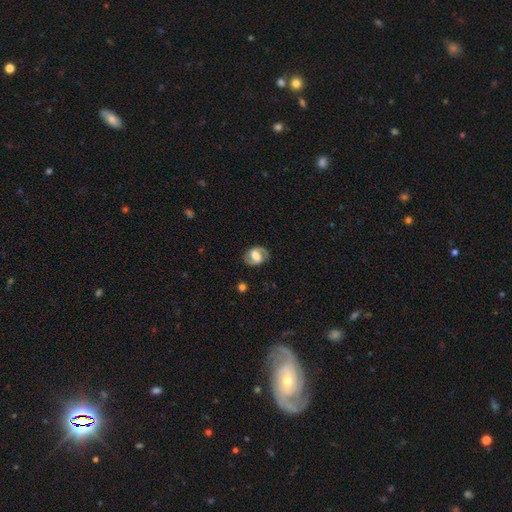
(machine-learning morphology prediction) Smooth or featured? featured or disk (75%)
Edge-on disk? no (97%)
Bar? weak (45%)
Spiral arms? yes (91%)
Spiral winding? medium (52%)
Spiral arm count? 2 (91%)
Bulge size? large (37%)
Merging? none (83%)